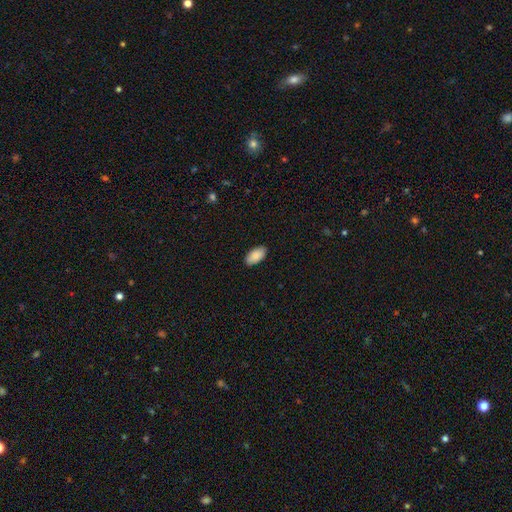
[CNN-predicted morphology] Smooth or featured? Predicted: smooth (p=0.88). How rounded? Predicted: in between (p=0.95). Merging? Predicted: none (p=0.88).